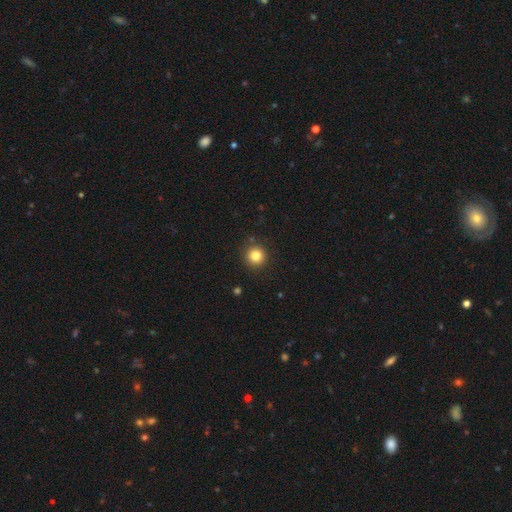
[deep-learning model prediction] Smooth or featured? Predicted: smooth (p=0.83). How rounded? Predicted: round (p=0.95). Merging? Predicted: none (p=0.90).